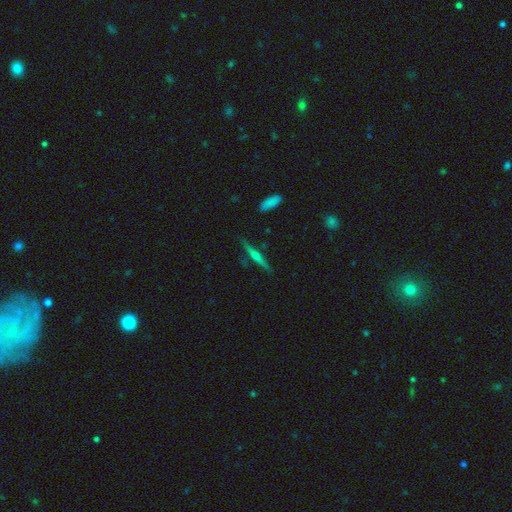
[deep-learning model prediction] Smooth or featured: featured or disk — 67% (smooth — 26%)
Edge-on disk: yes — 97% (no — 3%)
Edge-on bulge: rounded — 84% (none — 10%)
Merging: none — 86% (minor disturbance — 10%)